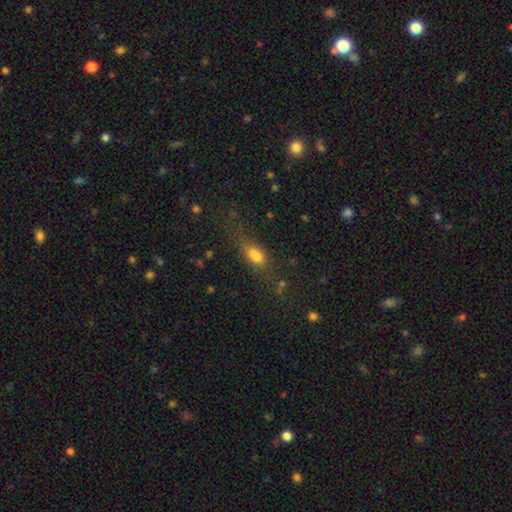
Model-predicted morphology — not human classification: A smooth galaxy with no disk features (65%) that is in between round and cigar-shaped (62%).

Vote fractions:
- Smooth or featured? smooth: 65% / featured or disk: 18% / star or artifact: 17%
- How rounded? in between: 62% / cigar-shaped: 26% / round: 11%
- Merging? none: 46% / minor disturbance: 21% / major disturbance: 19% / merger: 14%